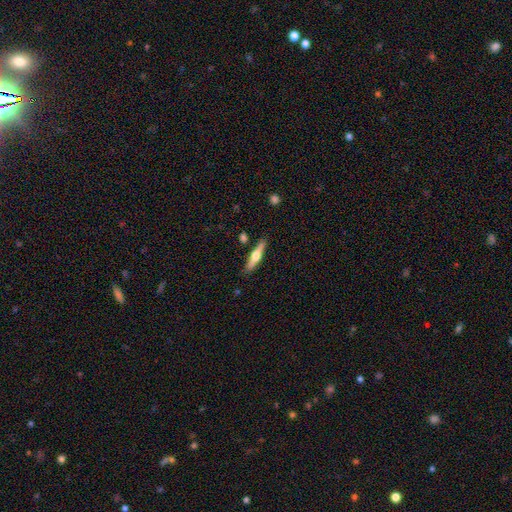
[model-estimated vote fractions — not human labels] A featured or disk galaxy (56%) viewed edge-on (95%) with a rounded central bulge (93%).

Vote fractions:
- Smooth or featured? featured or disk: 56% / smooth: 39% / star or artifact: 6%
- Edge-on disk? yes: 95% / no: 5%
- Edge-on bulge? rounded: 93% / none: 3% / boxy: 3%
- Merging? none: 86% / minor disturbance: 9% / merger: 3% / major disturbance: 2%